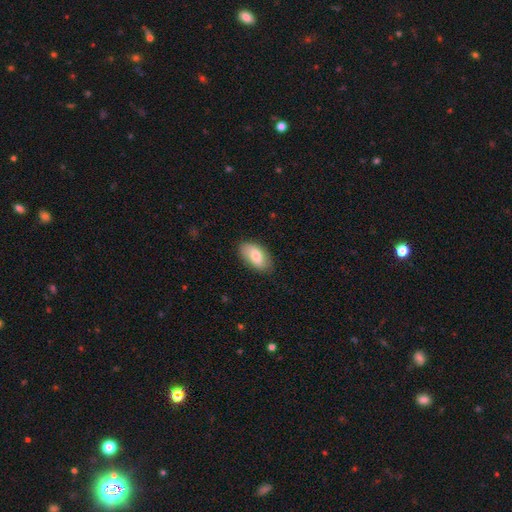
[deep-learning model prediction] A smooth galaxy with no disk features (77%) that is in between round and cigar-shaped (93%). Merging: none (83%).